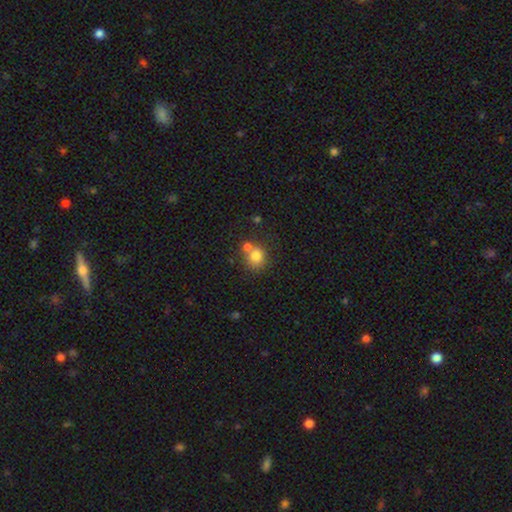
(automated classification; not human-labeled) Smooth or featured? smooth (79%)
How rounded? round (82%)
Merging? none (57%)